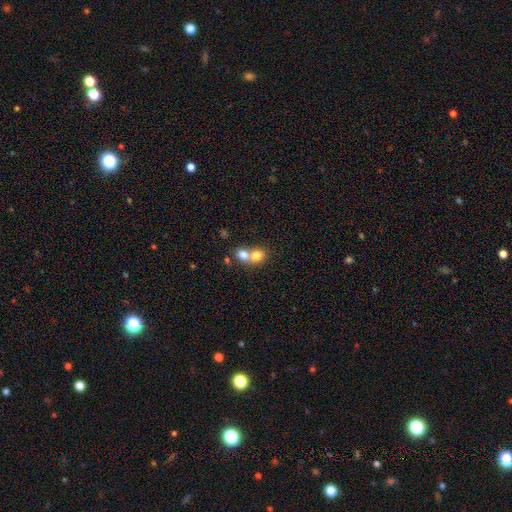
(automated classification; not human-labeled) Smooth or featured?
  - smooth: 77% *
  - featured or disk: 13%
  - star or artifact: 9%
How rounded?
  - round: 63% *
  - in between: 36%
  - cigar-shaped: 1%
Merging?
  - merger: 68% *
  - none: 25%
  - minor disturbance: 5%
  - major disturbance: 2%